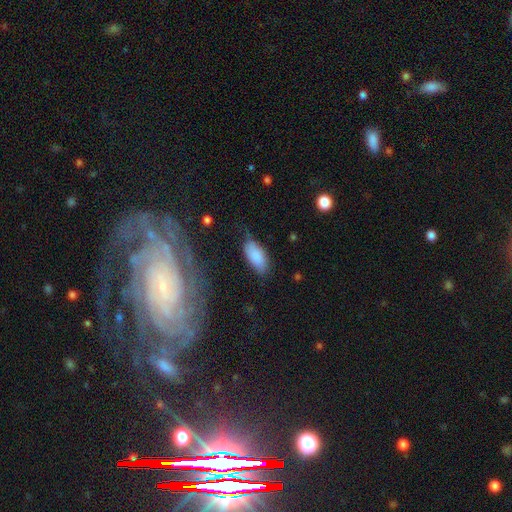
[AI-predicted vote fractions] This is clearly a smooth galaxy (86%). How rounded: clearly in between (91%). Merging: likely none (64%).